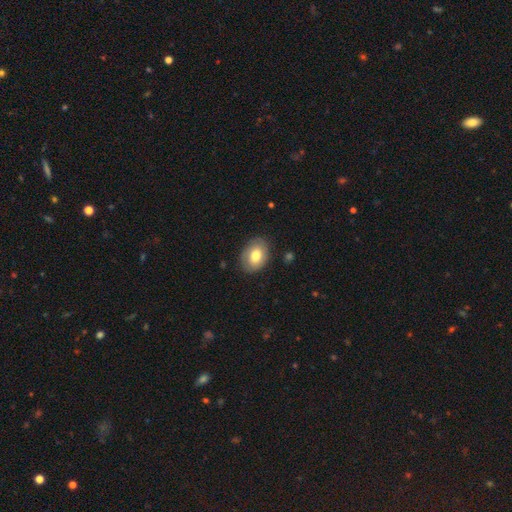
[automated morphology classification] A smooth galaxy with no disk features (77%) that is in between round and cigar-shaped (75%). Merging: none (82%).